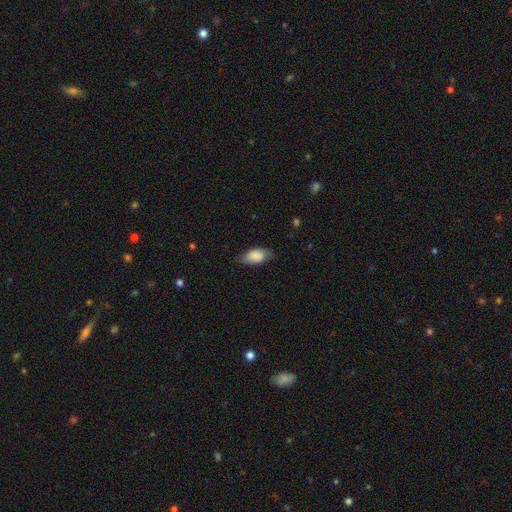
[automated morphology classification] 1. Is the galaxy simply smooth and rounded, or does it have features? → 84% smooth, 9% featured or disk, 6% star or artifact.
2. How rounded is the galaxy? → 92% in between, 5% round, 4% cigar-shaped.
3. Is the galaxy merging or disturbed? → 71% none, 23% minor disturbance, 5% major disturbance, 1% merger.